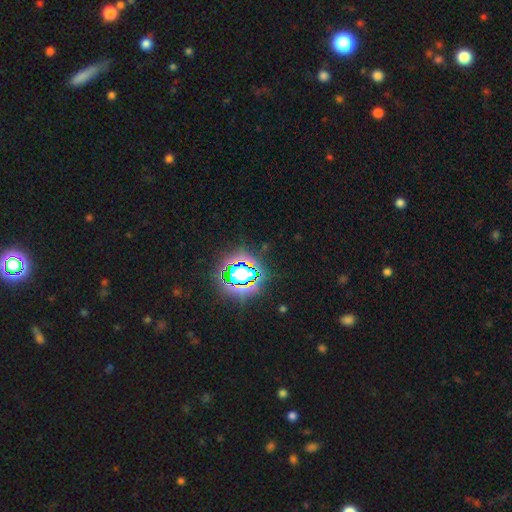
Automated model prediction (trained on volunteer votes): A star or artifact, not a galaxy (80%).

Vote fractions:
- Smooth or featured? star or artifact: 80% / smooth: 13% / featured or disk: 7%